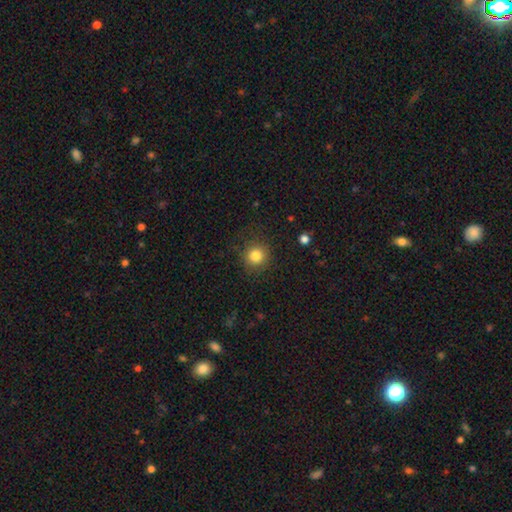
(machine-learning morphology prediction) smooth 83%, star or artifact 11%, featured or disk 5%. Down the decision tree: how rounded — round (92%); merging — none (87%).